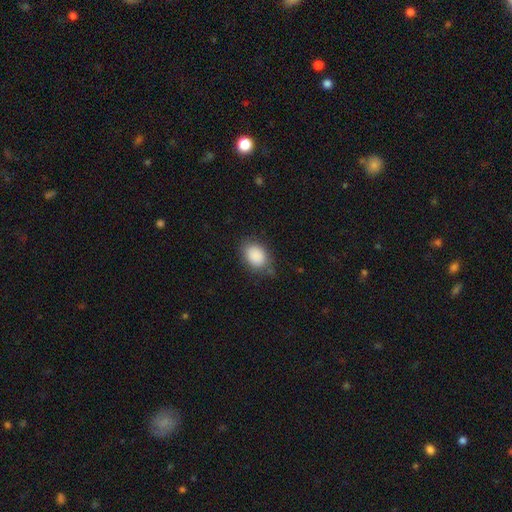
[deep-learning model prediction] This appears to be a smooth galaxy with no disk features (88%) that is in between round and cigar-shaped (73%). Merging: none (75%).